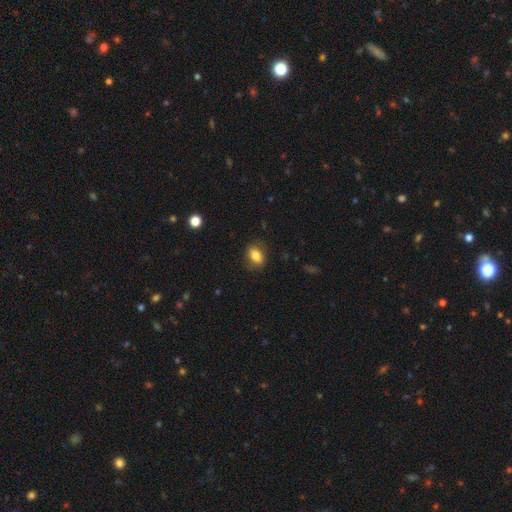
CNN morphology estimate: The model was most divided on "how rounded": in between: 75%, round: 23%, cigar-shaped: 2%. More confident: smooth or featured — smooth (81%); merging — none (81%).